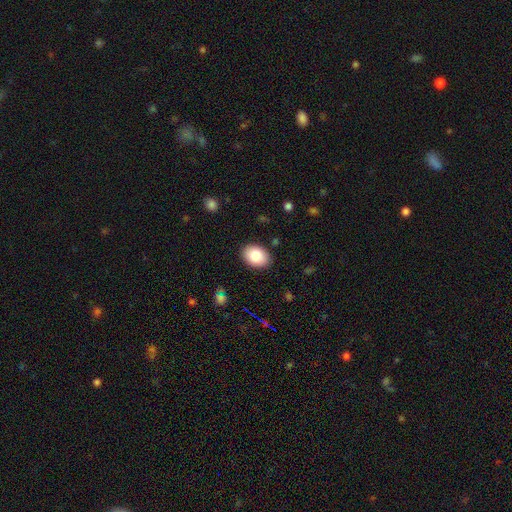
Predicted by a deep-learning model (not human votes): Smooth or featured?
  - smooth: 86% *
  - featured or disk: 7%
  - star or artifact: 7%
How rounded?
  - in between: 82% *
  - round: 18%
  - cigar-shaped: 1%
Merging?
  - none: 88% *
  - minor disturbance: 9%
  - major disturbance: 2%
  - merger: 1%